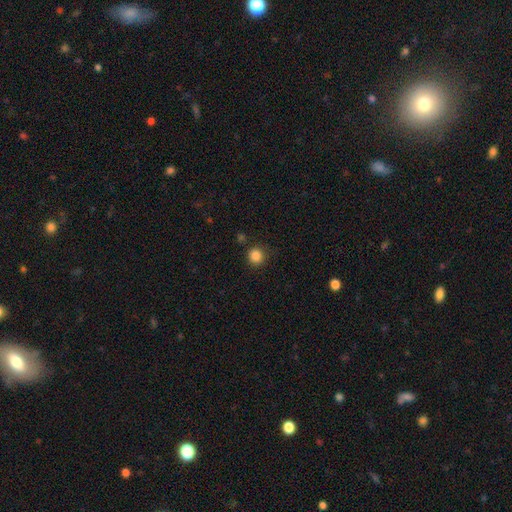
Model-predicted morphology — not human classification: This appears to be a smooth galaxy with no disk features (86%) that is round (93%). Merging: none (87%).